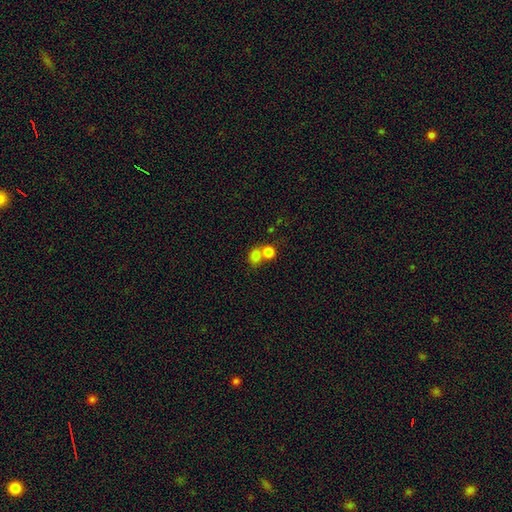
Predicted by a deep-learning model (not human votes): A smooth galaxy with no disk features (80%) that is round (67%).

Vote fractions:
- Smooth or featured? smooth: 80% / star or artifact: 11% / featured or disk: 9%
- How rounded? round: 67% / in between: 32% / cigar-shaped: 1%
- Merging? merger: 56% / none: 34% / minor disturbance: 6% / major disturbance: 3%